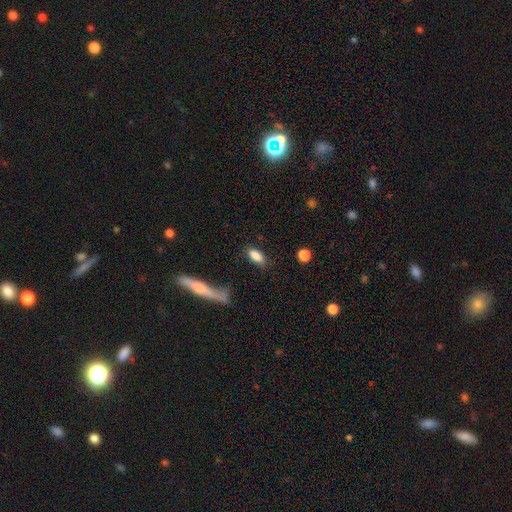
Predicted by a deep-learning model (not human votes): This appears to be a smooth galaxy with no disk features (86%) that is in between round and cigar-shaped (82%). Merging: none (77%).